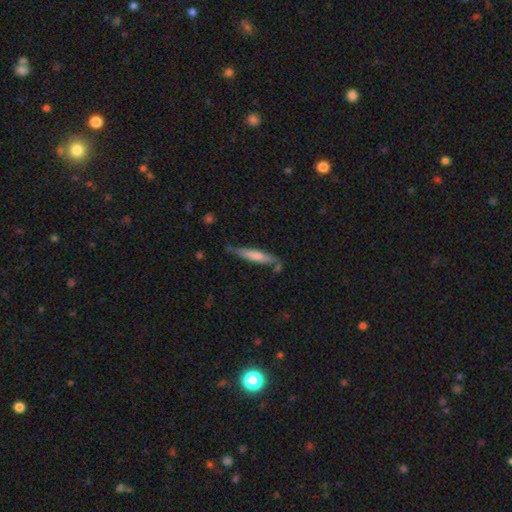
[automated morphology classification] Smooth or featured?
  - smooth: 68% *
  - featured or disk: 26%
  - star or artifact: 5%
How rounded?
  - cigar-shaped: 89% *
  - in between: 9%
  - round: 1%
Merging?
  - none: 72% *
  - minor disturbance: 19%
  - merger: 6%
  - major disturbance: 4%